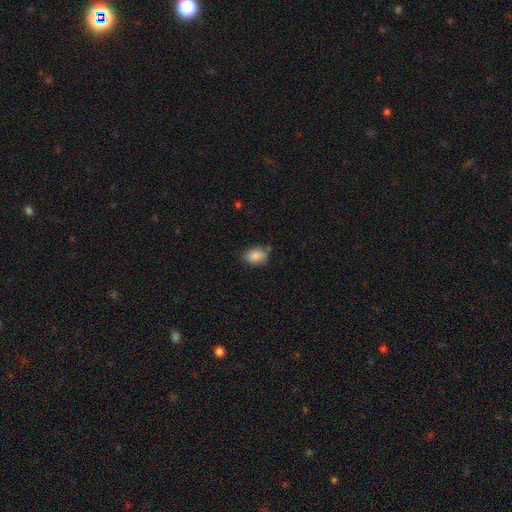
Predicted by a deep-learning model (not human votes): smooth 87%, star or artifact 8%, featured or disk 5%. Down the decision tree: how rounded — in between (76%); merging — none (70%).